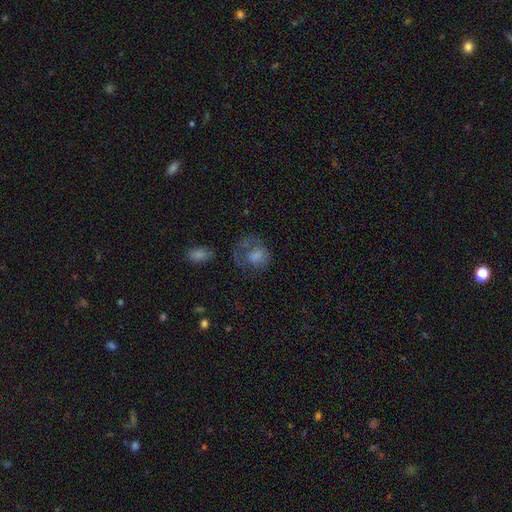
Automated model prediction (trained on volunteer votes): Smooth or featured? smooth (45%)
Merging? none (42%)